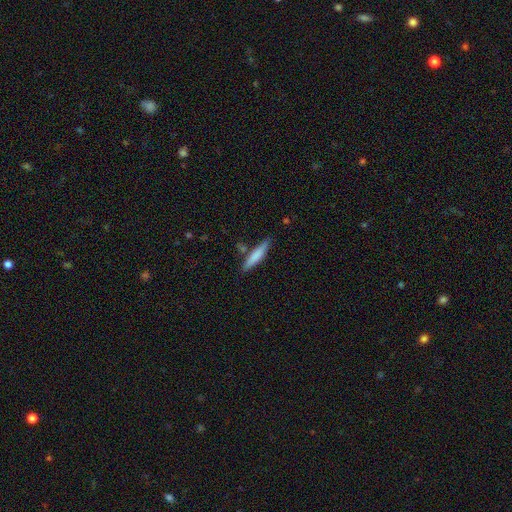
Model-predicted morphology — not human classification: type=smooth (73%); roundness=cigar-shaped (89%); merging=none (79%).